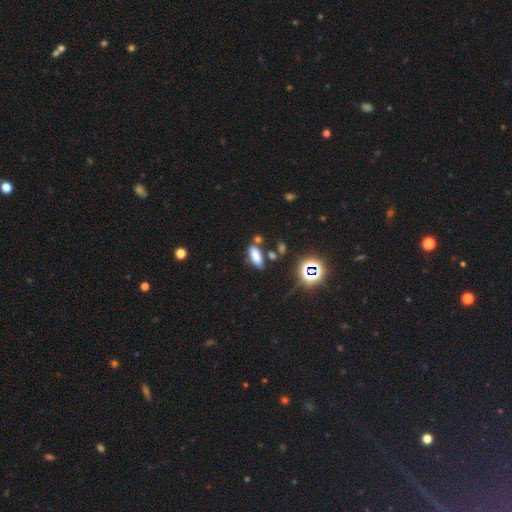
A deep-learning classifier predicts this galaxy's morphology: This is likely a smooth galaxy (76%). How rounded: clearly in between (81%). Merging: likely none (71%).